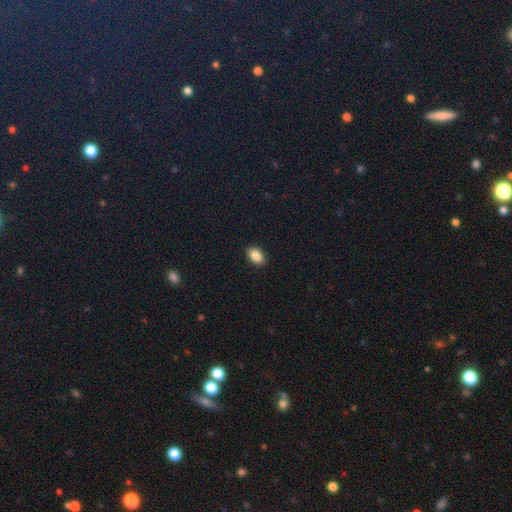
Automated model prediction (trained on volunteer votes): Smooth or featured? Predicted: smooth (p=0.87). How rounded? Predicted: in between (p=0.91). Merging? Predicted: none (p=0.91).